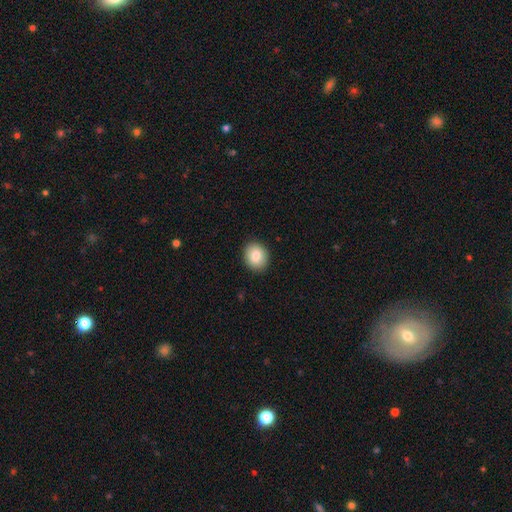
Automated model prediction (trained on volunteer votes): Morphology: type=smooth (84%); roundness=round (65%); merging=none (90%).